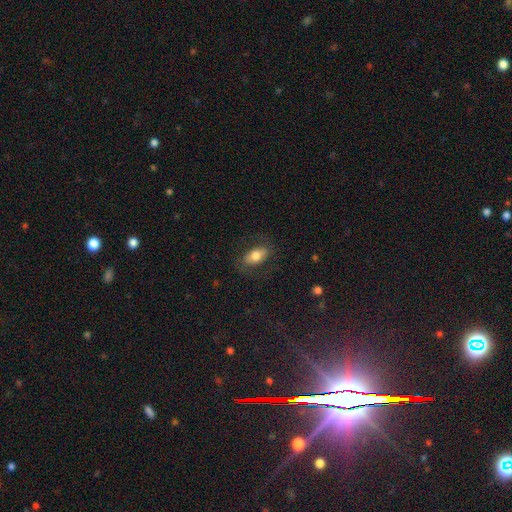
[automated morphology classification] This appears to be a smooth galaxy with no disk features (74%) that is in between round and cigar-shaped (90%). Merging: none (78%).